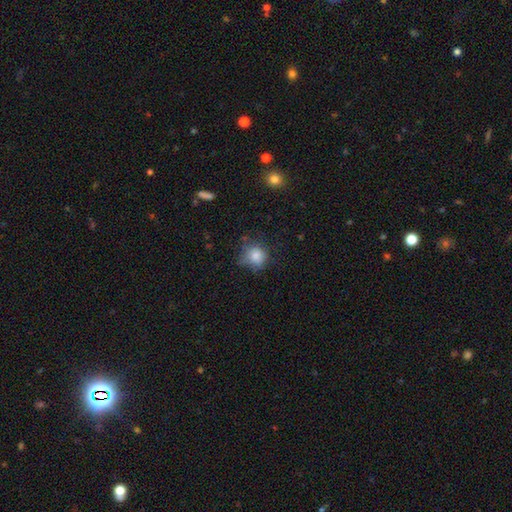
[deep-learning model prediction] Smooth or featured: smooth — 81% (star or artifact — 10%)
How rounded: round — 83% (in between — 16%)
Merging: none — 60% (minor disturbance — 27%)